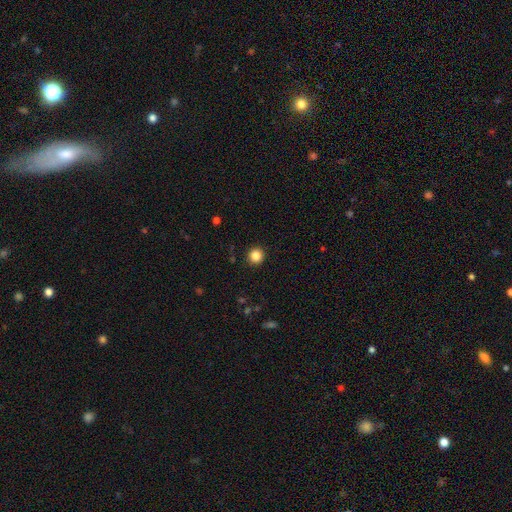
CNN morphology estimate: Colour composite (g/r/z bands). It shows a smooth galaxy with no disk features (85%) that is round (95%). Merging: none (92%).